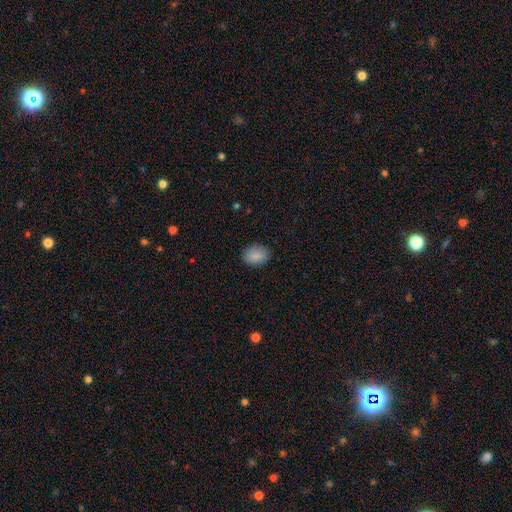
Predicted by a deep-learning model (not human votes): A smooth galaxy with no disk features (88%) that is in between round and cigar-shaped (77%).

Vote fractions:
- Smooth or featured? smooth: 88% / star or artifact: 8% / featured or disk: 4%
- How rounded? in between: 77% / round: 22% / cigar-shaped: 1%
- Merging? none: 85% / minor disturbance: 11% / major disturbance: 3% / merger: 1%